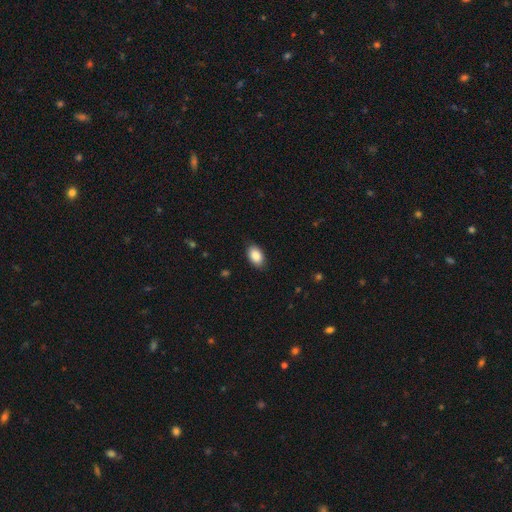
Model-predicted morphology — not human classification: The model was most divided on "merging": none: 86%, minor disturbance: 10%, major disturbance: 2%, merger: 1%. More confident: how rounded — in between (91%); smooth or featured — smooth (89%).